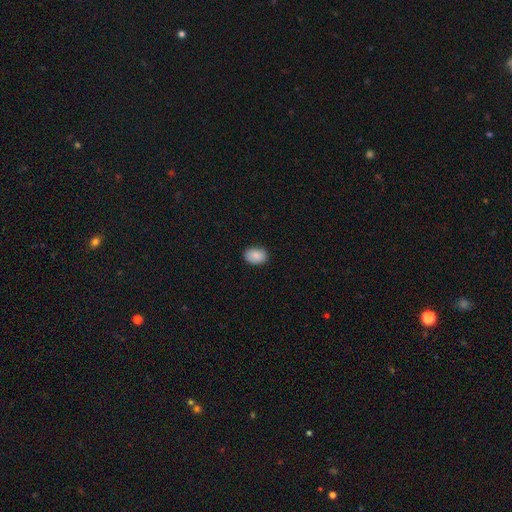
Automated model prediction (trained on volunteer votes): A smooth galaxy with no disk features (89%) that is in between round and cigar-shaped (80%).

Vote fractions:
- Smooth or featured? smooth: 89% / star or artifact: 7% / featured or disk: 4%
- How rounded? in between: 80% / round: 19% / cigar-shaped: 1%
- Merging? none: 88% / minor disturbance: 9% / major disturbance: 2% / merger: 1%